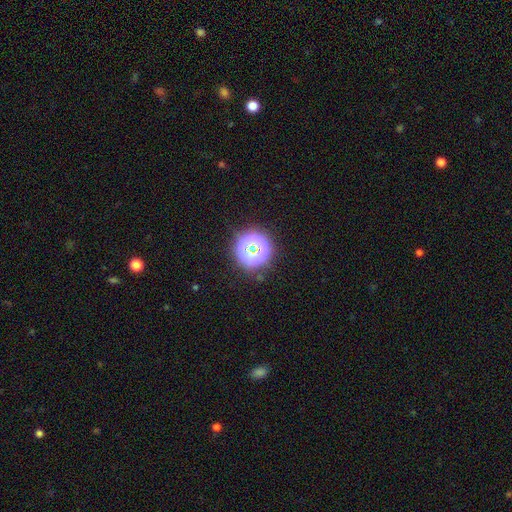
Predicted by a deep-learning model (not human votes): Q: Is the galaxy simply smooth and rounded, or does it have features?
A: star or artifact — 61%.